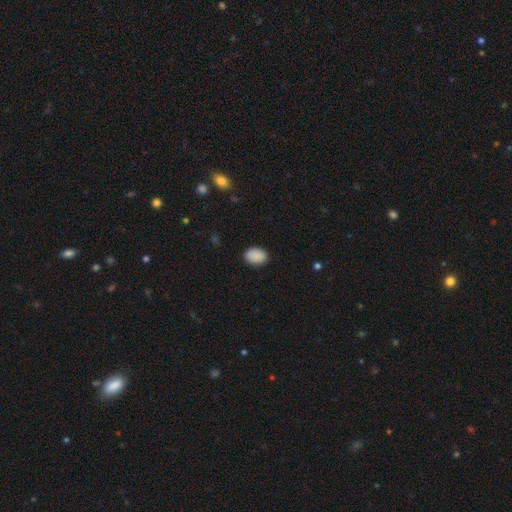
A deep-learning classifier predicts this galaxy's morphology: smooth 90%, star or artifact 8%, featured or disk 3%. Down the decision tree: how rounded — in between (79%); merging — none (87%).